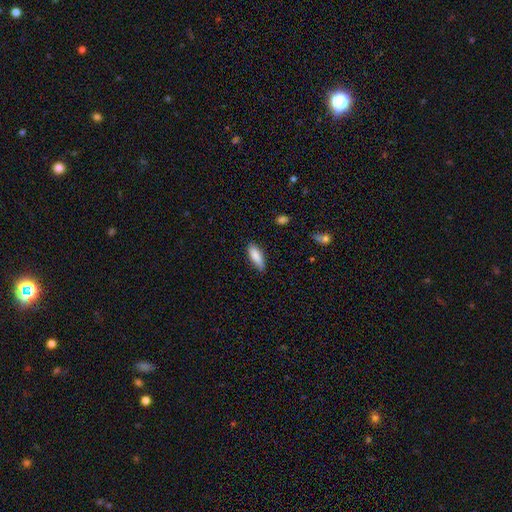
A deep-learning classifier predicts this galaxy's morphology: smooth_or_featured: smooth (p=0.86) [alt: featured or disk p=0.08]
how_rounded: in between (p=0.62) [alt: cigar-shaped p=0.36]
merging: none (p=0.76) [alt: minor disturbance p=0.19]